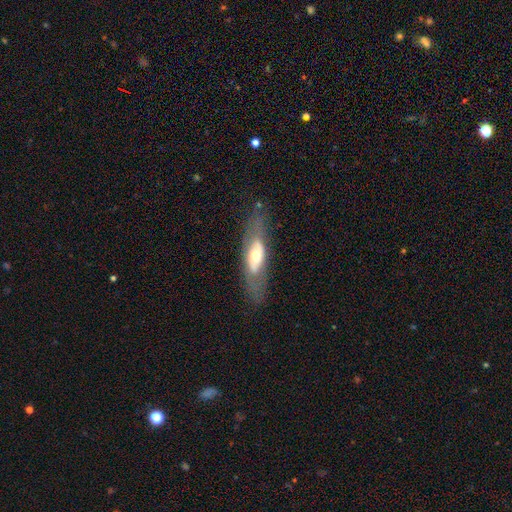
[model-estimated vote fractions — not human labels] Smooth or featured?
  - featured or disk: 52% *
  - smooth: 42%
  - star or artifact: 7%
Edge-on disk?
  - no: 62% *
  - yes: 38%
Merging?
  - none: 73% *
  - minor disturbance: 16%
  - major disturbance: 9%
  - merger: 2%